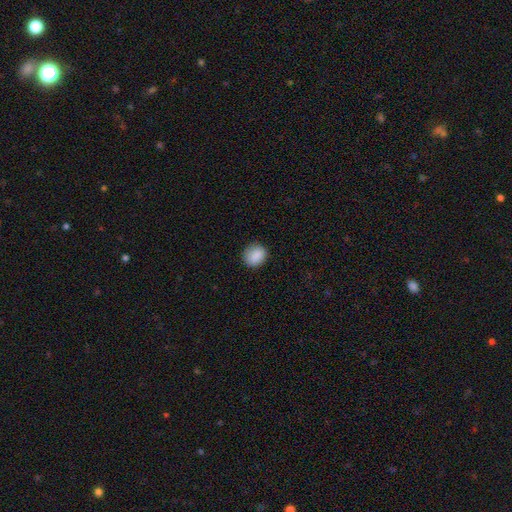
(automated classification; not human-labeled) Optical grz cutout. It shows a smooth galaxy with no disk features (87%) that is round (71%). Merging: none (86%).